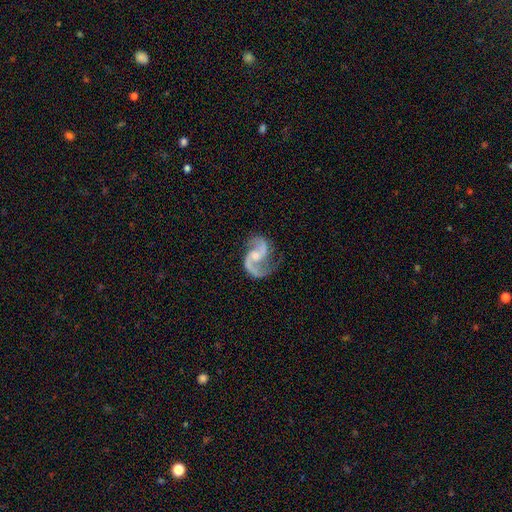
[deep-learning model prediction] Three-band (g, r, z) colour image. It shows a featured or disk galaxy (93%) with no bar (47%), 2 (94%) medium (53%) spiral arms (98%) and a small central bulge (52%). Merging: none (76%).